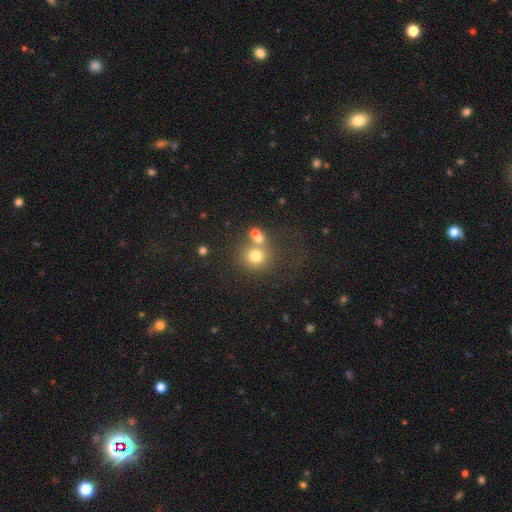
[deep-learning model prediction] Smooth or featured? Predicted: smooth (p=0.71). How rounded? Predicted: round (p=0.87). Merging? Predicted: none (p=0.52).